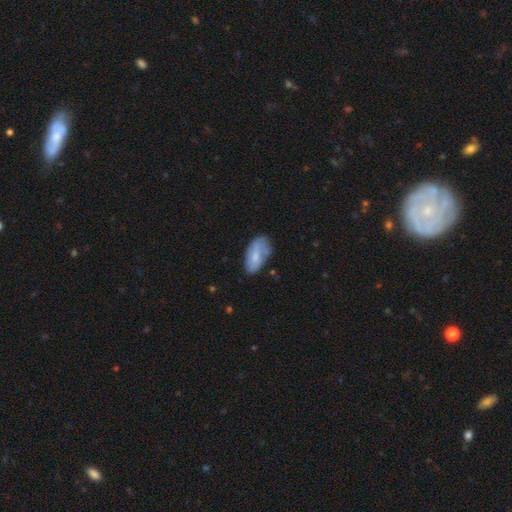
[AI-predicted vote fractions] smooth_or_featured: smooth (p=0.65) [alt: featured or disk p=0.28]
how_rounded: in between (p=0.92) [alt: cigar-shaped p=0.05]
merging: none (p=0.52) [alt: minor disturbance p=0.32]